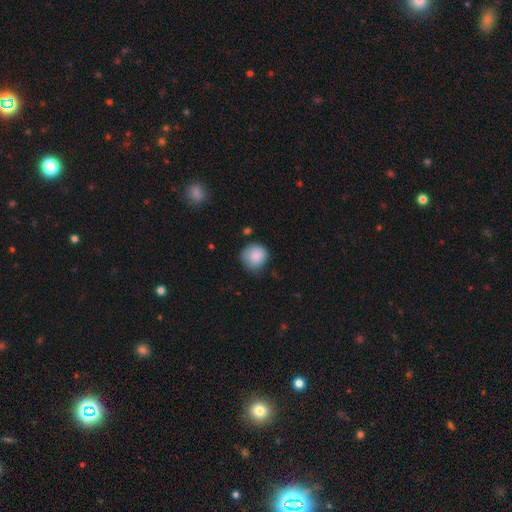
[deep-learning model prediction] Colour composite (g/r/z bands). It shows a smooth galaxy with no disk features (86%) that is round (90%). Merging: none (71%).